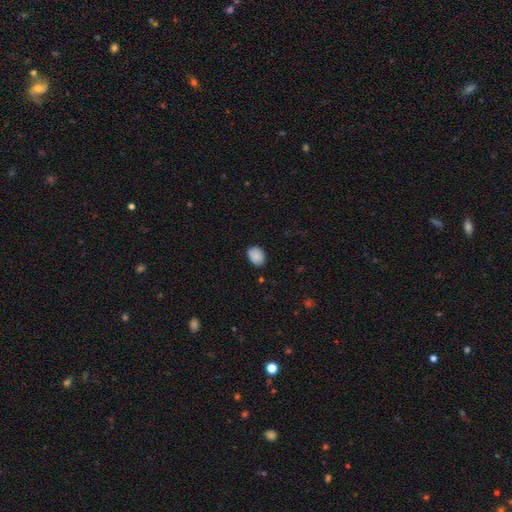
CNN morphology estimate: A smooth galaxy with no disk features (87%) that is in between round and cigar-shaped (72%). Merging: none (80%).